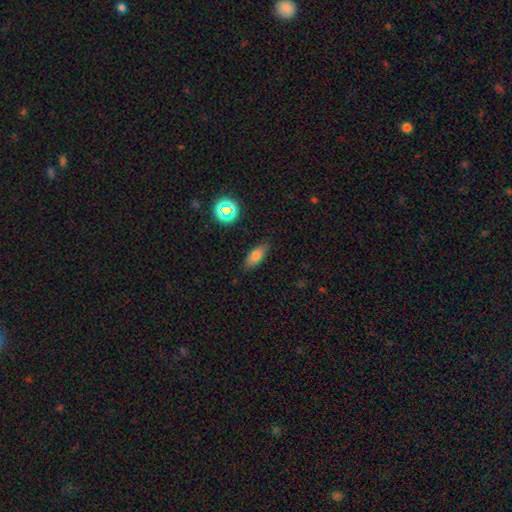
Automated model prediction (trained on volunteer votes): smooth_or_featured: smooth (p=0.74) [alt: featured or disk p=0.14]
how_rounded: in between (p=0.77) [alt: cigar-shaped p=0.18]
merging: none (p=0.83) [alt: minor disturbance p=0.12]